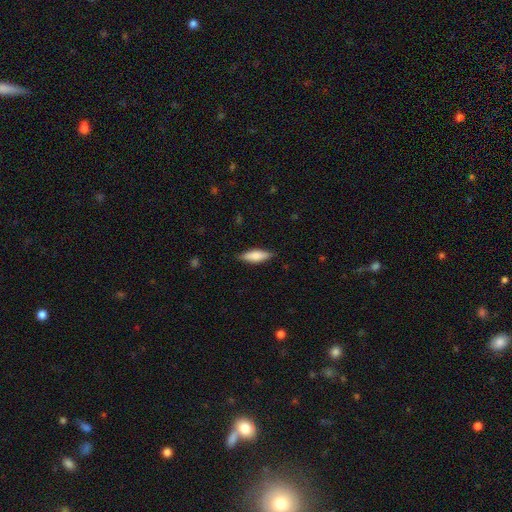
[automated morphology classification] smooth 75%, featured or disk 19%, star or artifact 6%. Down the decision tree: how rounded — in between (50%); merging — none (85%).